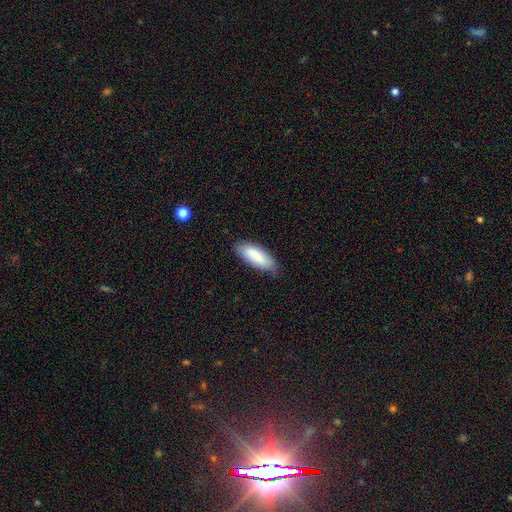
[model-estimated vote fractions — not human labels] smooth_or_featured: smooth (p=0.86) [alt: featured or disk p=0.09]
how_rounded: in between (p=0.70) [alt: cigar-shaped p=0.28]
merging: none (p=0.80) [alt: minor disturbance p=0.16]